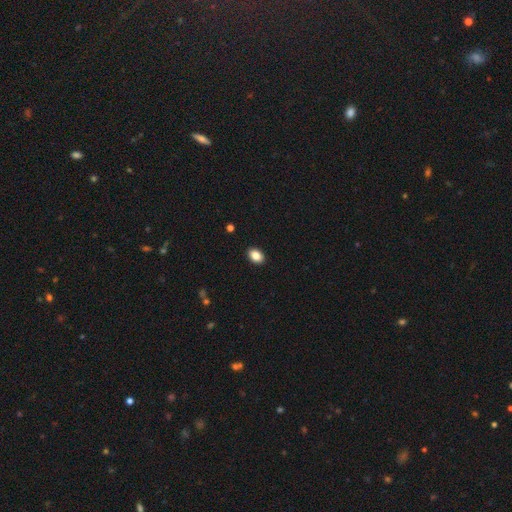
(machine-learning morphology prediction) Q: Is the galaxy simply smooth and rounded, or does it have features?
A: smooth — 86%.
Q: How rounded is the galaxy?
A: in between — 82%.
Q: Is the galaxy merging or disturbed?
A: none — 91%.